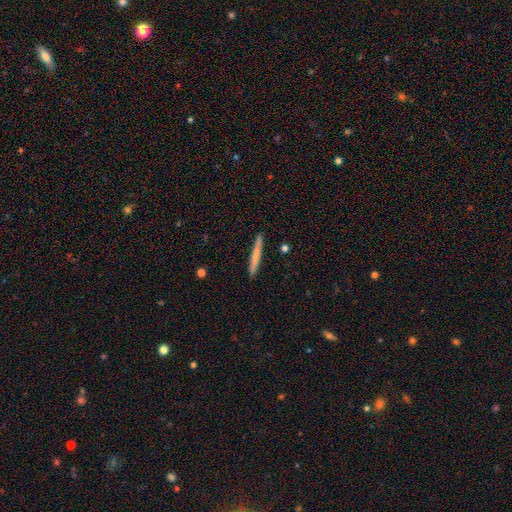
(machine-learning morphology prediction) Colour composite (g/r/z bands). It shows a smooth galaxy with no disk features (67%) that is cigar-shaped (96%). Merging: none (90%).